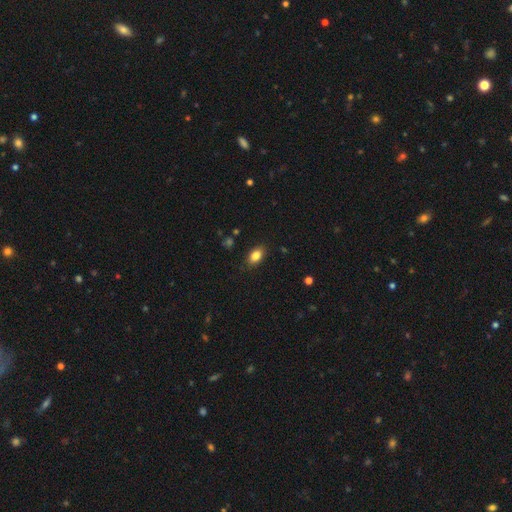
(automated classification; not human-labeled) A smooth galaxy with no disk features (84%) that is in between round and cigar-shaped (87%). Merging: none (86%).